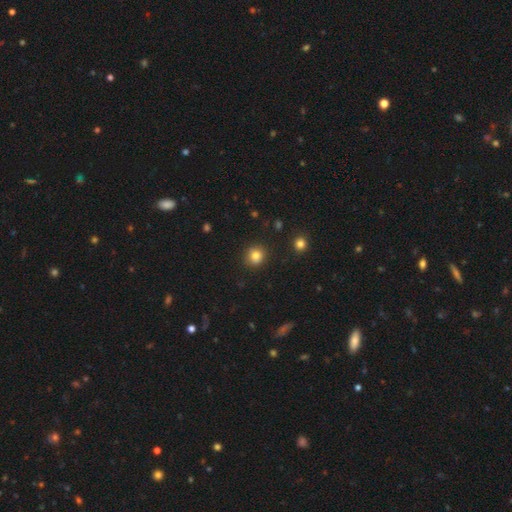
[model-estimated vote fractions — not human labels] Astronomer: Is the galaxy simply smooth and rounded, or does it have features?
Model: smooth — 82%.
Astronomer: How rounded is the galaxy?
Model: round — 87%.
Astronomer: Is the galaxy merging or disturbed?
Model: none — 88%.